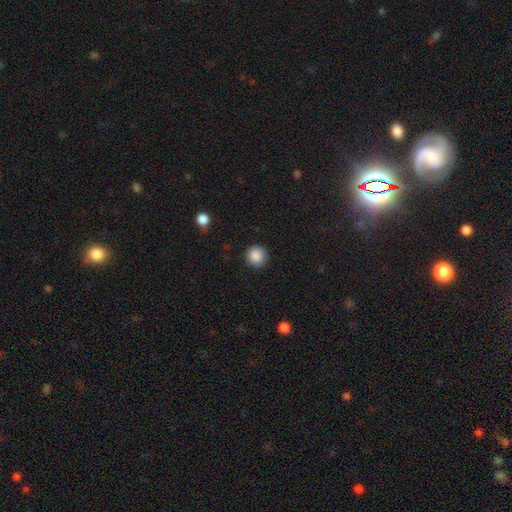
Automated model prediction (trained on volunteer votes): Smooth or featured?
  - smooth: 88% *
  - star or artifact: 9%
  - featured or disk: 3%
How rounded?
  - round: 95% *
  - in between: 4%
  - cigar-shaped: 1%
Merging?
  - none: 91% *
  - minor disturbance: 6%
  - major disturbance: 2%
  - merger: 1%